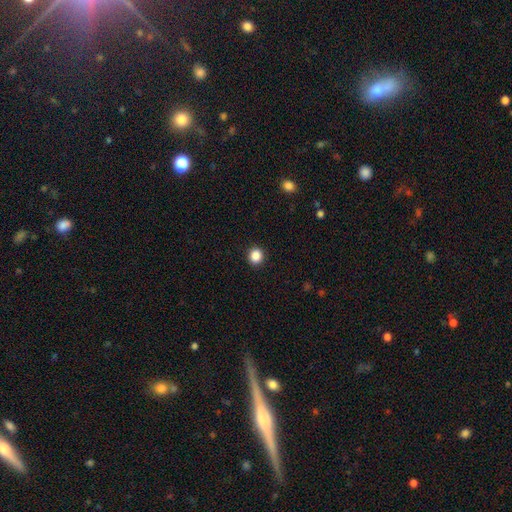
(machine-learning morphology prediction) Overall: smooth (87%). How rounded: round (87%). Merging: none (92%).